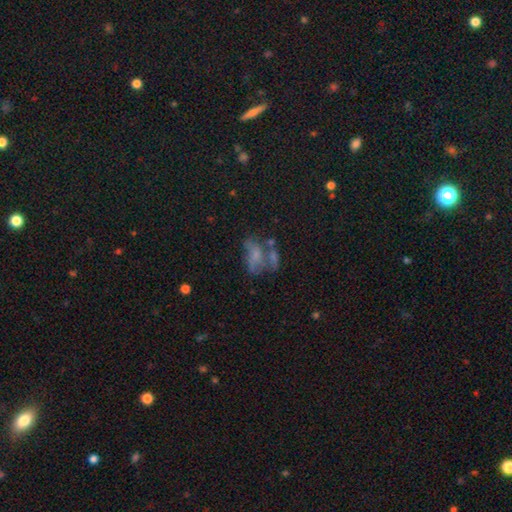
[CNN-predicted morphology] smooth-or-featured: smooth: 43% | featured or disk: 41% | star or artifact: 16%
  merging: merger: 31% | major disturbance: 27% | none: 26% | minor disturbance: 16%